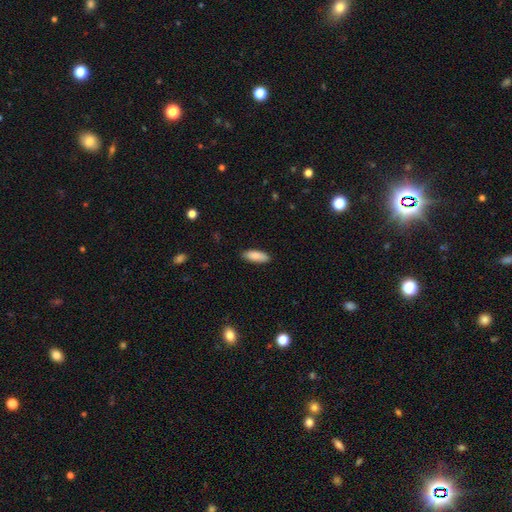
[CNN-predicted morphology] smooth_or_featured: smooth (p=0.87) [alt: featured or disk p=0.06]
how_rounded: in between (p=0.71) [alt: cigar-shaped p=0.27]
merging: none (p=0.87) [alt: minor disturbance p=0.10]